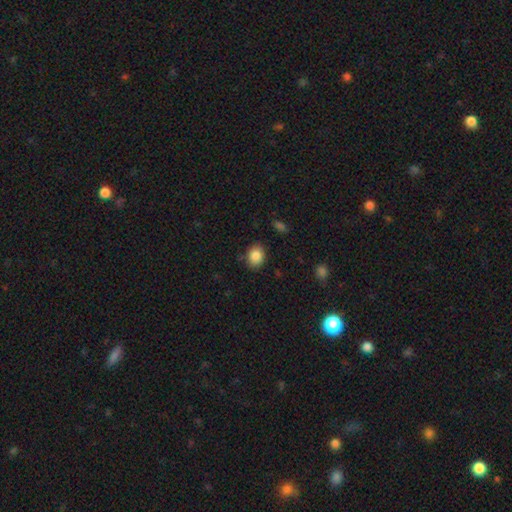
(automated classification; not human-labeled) Smooth or featured? Predicted: smooth (p=0.87). How rounded? Predicted: in between (p=0.52). Merging? Predicted: none (p=0.85).